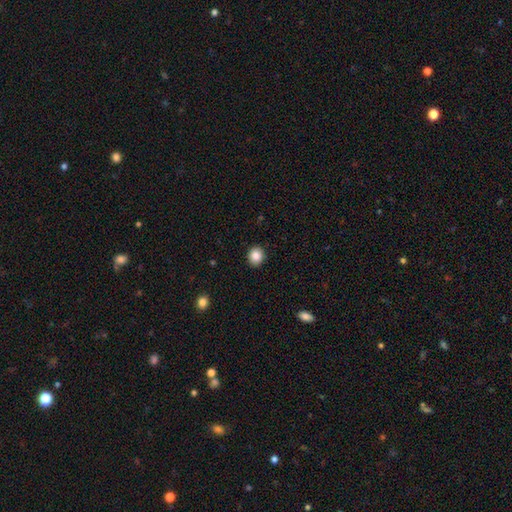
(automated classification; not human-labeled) Overall: smooth (86%). How rounded: round (77%). Merging: none (91%).